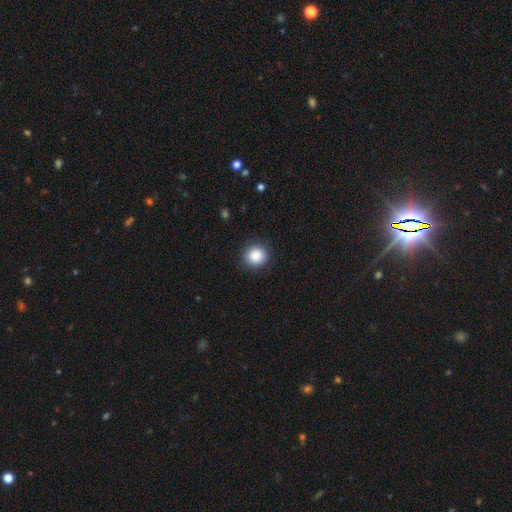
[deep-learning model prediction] This appears to be a smooth galaxy with no disk features (87%) that is round (90%). Merging: none (90%).